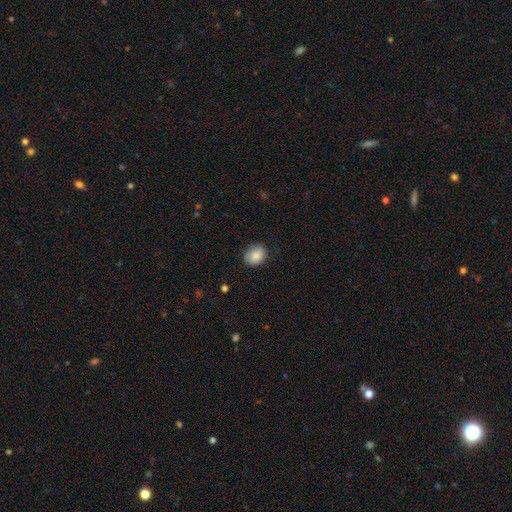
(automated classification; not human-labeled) Smooth or featured? Predicted: smooth (p=0.85). How rounded? Predicted: round (p=0.51). Merging? Predicted: none (p=0.76).